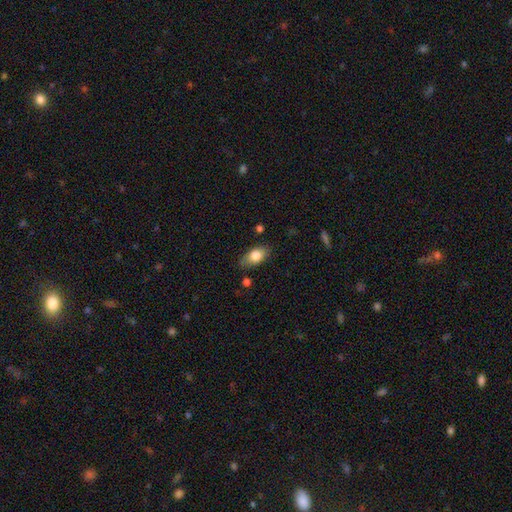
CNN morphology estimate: smooth-or-featured: smooth: 79% | featured or disk: 14% | star or artifact: 7%
  how-rounded: in between: 89% | round: 6% | cigar-shaped: 5%
  merging: none: 78% | minor disturbance: 16% | major disturbance: 3% | merger: 2%